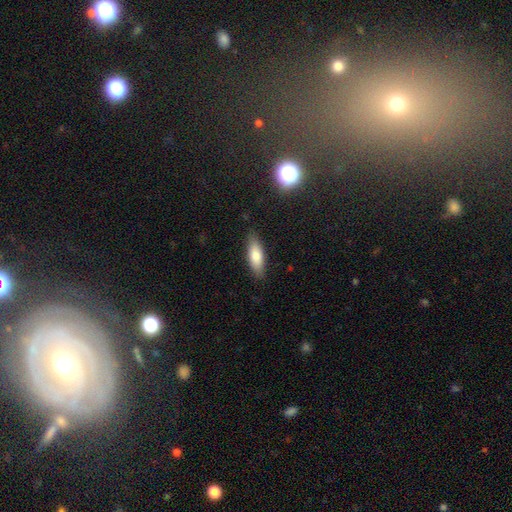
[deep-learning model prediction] Morphology: type=smooth (78%); roundness=in between (59%); merging=none (85%).